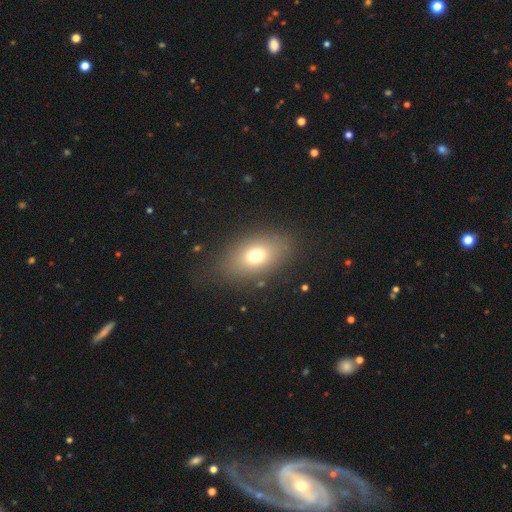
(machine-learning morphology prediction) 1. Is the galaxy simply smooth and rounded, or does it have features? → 72% smooth, 16% featured or disk, 12% star or artifact.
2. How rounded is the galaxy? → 81% in between, 16% round, 3% cigar-shaped.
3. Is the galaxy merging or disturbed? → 81% none, 11% minor disturbance, 6% major disturbance, 2% merger.